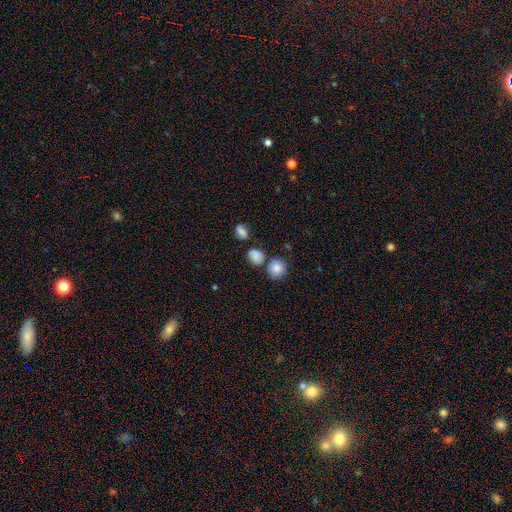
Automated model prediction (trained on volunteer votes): Smooth or featured: smooth — 78% (star or artifact — 14%)
How rounded: round — 56% (in between — 42%)
Merging: none — 63% (minor disturbance — 17%)